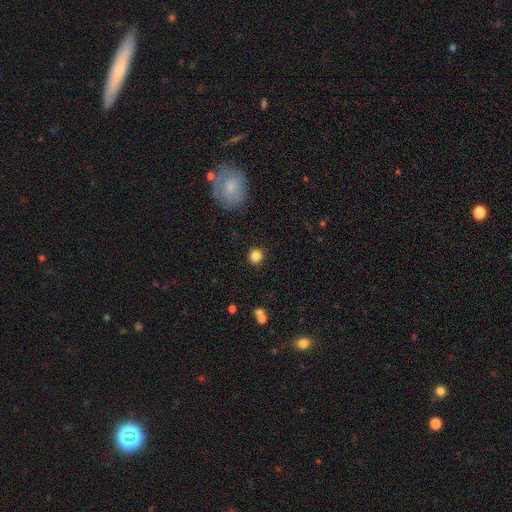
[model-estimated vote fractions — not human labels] Q: Smooth or featured?
A: smooth (86%); runner-up: star or artifact (10%)
Q: How rounded?
A: round (88%); runner-up: in between (11%)
Q: Merging?
A: none (90%); runner-up: minor disturbance (6%)